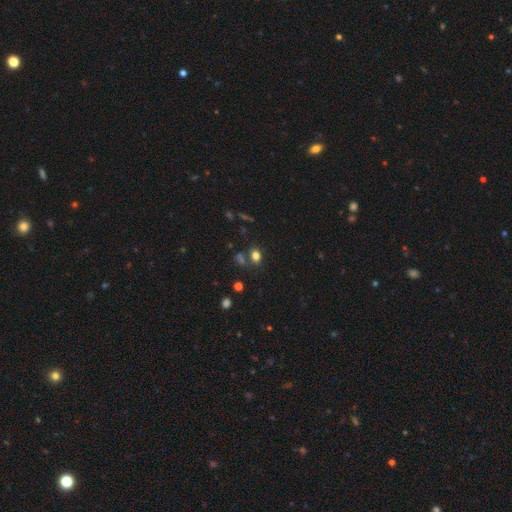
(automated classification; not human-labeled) Smooth or featured? smooth (77%)
How rounded? in between (61%)
Merging? none (69%)